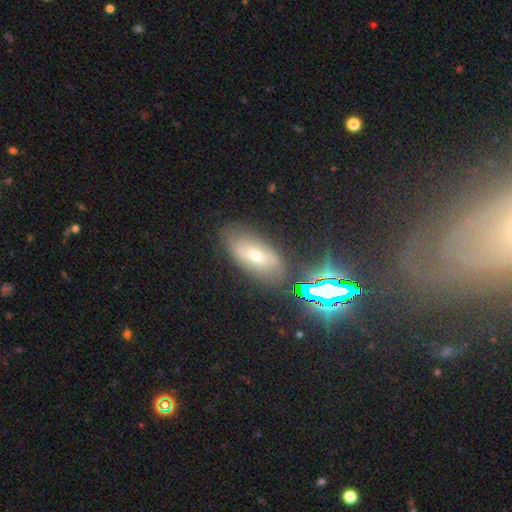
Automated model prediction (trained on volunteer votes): Smooth or featured: smooth — 54% (featured or disk — 26%)
How rounded: in between — 87% (cigar-shaped — 8%)
Merging: none — 78% (minor disturbance — 14%)